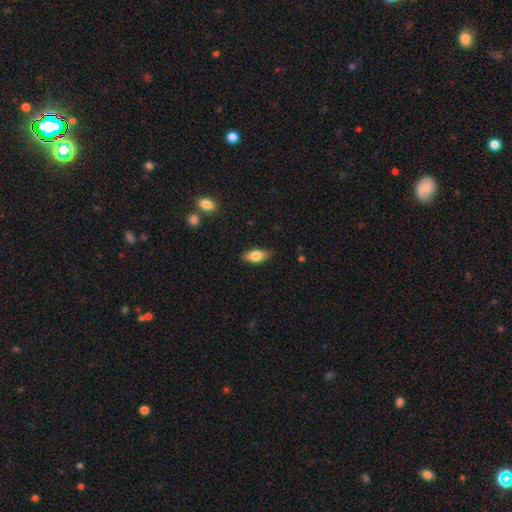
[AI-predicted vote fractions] A smooth galaxy with no disk features (80%) that is in between round and cigar-shaped (85%). Merging: none (84%).